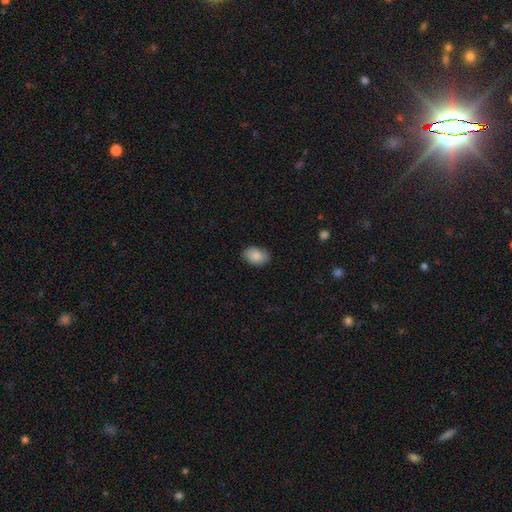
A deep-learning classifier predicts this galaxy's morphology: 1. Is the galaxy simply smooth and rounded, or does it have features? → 86% smooth, 7% featured or disk, 7% star or artifact.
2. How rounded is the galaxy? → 85% in between, 14% round, 1% cigar-shaped.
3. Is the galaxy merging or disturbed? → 80% none, 16% minor disturbance, 3% major disturbance, 1% merger.